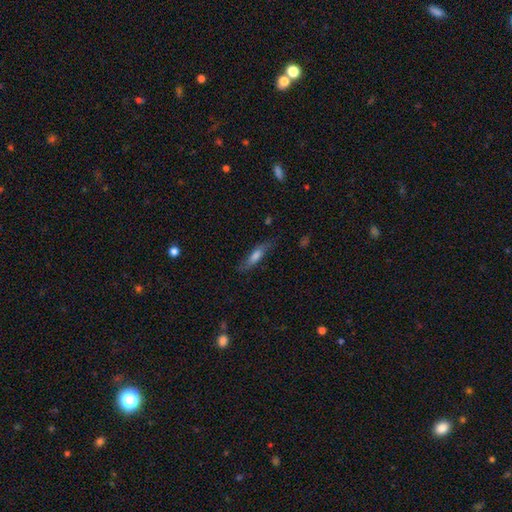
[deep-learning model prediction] Smooth or featured? smooth (62%)
How rounded? cigar-shaped (67%)
Merging? none (74%)